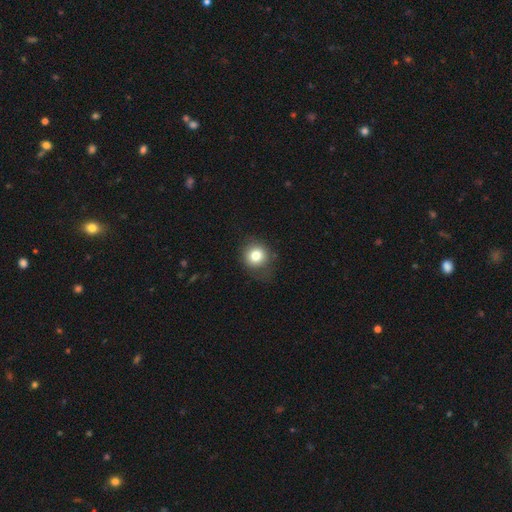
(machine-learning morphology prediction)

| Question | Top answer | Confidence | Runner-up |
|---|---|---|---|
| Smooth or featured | smooth | 79% | star or artifact (11%) |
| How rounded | round | 88% | in between (11%) |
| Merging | none | 77% | minor disturbance (16%) |